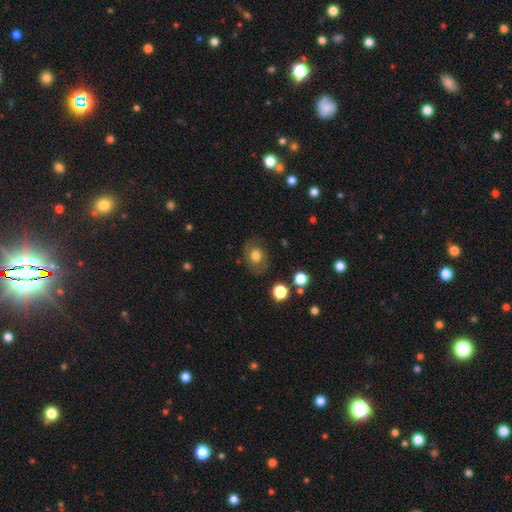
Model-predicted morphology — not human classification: Smooth or featured? smooth (66%)
How rounded? round (56%)
Merging? none (78%)